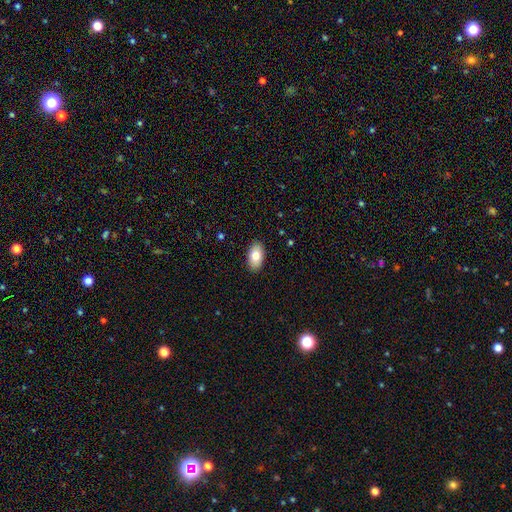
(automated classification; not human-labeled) Q: Smooth or featured?
A: smooth (79%); runner-up: featured or disk (14%)
Q: How rounded?
A: in between (94%); runner-up: round (5%)
Q: Merging?
A: none (89%); runner-up: minor disturbance (8%)